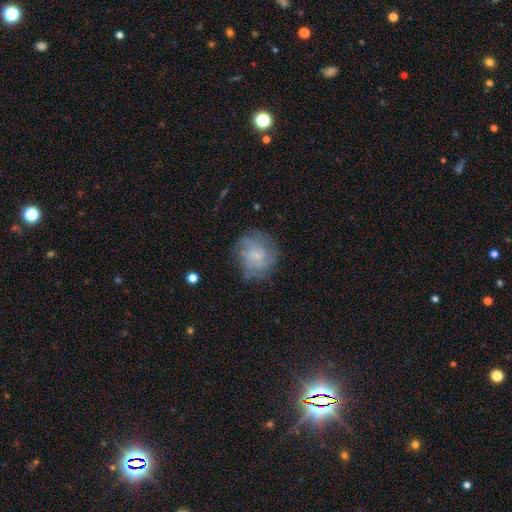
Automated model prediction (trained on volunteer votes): smooth-or-featured: featured or disk: 60% | smooth: 31% | star or artifact: 10%
  disk-edge-on: no: 98% | yes: 2%
    bar: no: 59% | weak: 36% | strong: 5%
    has-spiral-arms: yes: 84% | no: 16%
    bulge-size: small: 48% | none: 26% | moderate: 22% | large: 3% | dominant: 1%
  merging: none: 70% | minor disturbance: 18% | major disturbance: 10% | merger: 1%